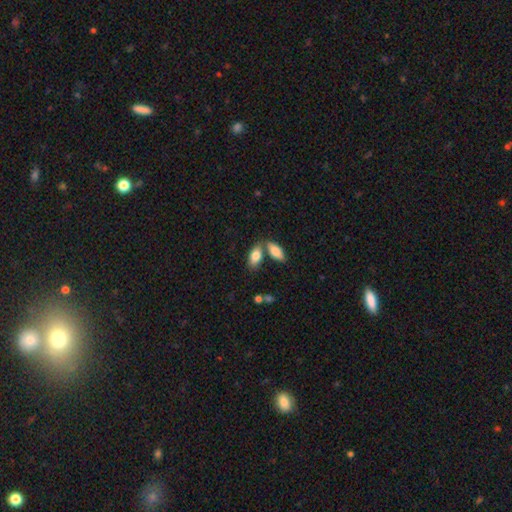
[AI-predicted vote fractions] The model was most divided on "merging": none: 51%, merger: 35%, minor disturbance: 11%, major disturbance: 3%. More confident: how rounded — in between (88%); smooth or featured — smooth (82%).